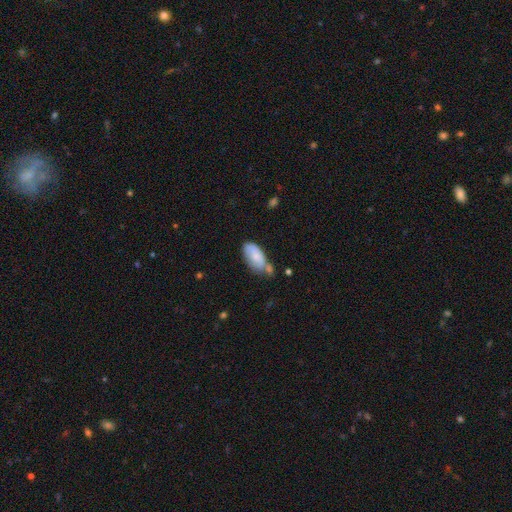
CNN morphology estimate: Smooth or featured: smooth — 74% (featured or disk — 20%)
How rounded: in between — 93% (cigar-shaped — 4%)
Merging: none — 41% (minor disturbance — 29%)